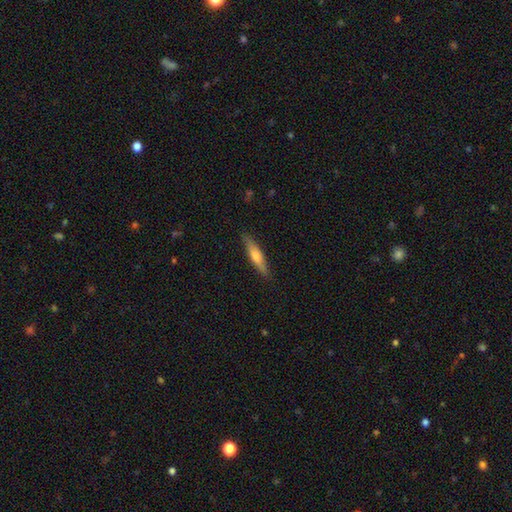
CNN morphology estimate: smooth_or_featured: smooth (p=0.54) [alt: featured or disk p=0.40]
how_rounded: cigar-shaped (p=0.85) [alt: in between p=0.14]
merging: none (p=0.88) [alt: minor disturbance p=0.09]